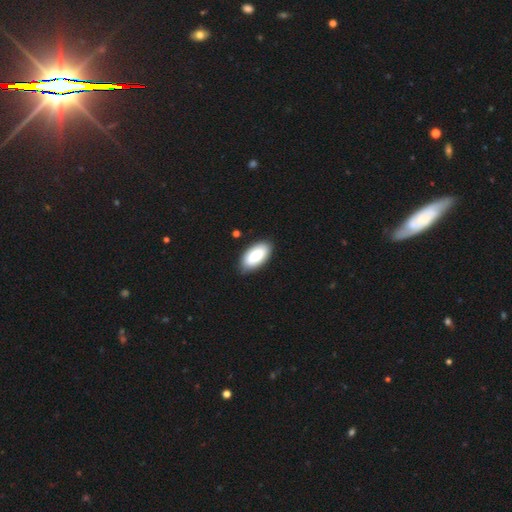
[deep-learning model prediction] Smooth or featured: smooth — 80% (featured or disk — 14%)
How rounded: in between — 94% (cigar-shaped — 3%)
Merging: none — 86% (minor disturbance — 11%)